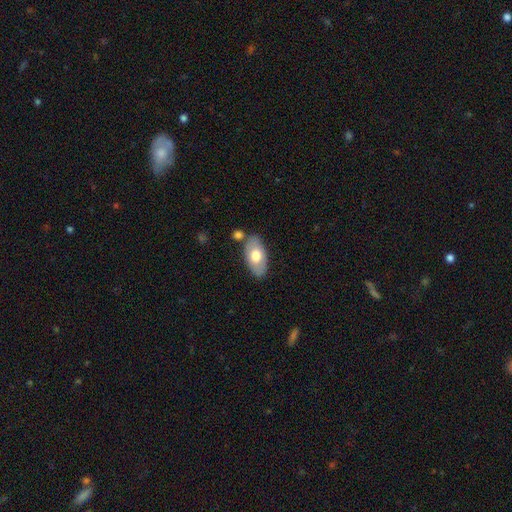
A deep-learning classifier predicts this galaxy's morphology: Smooth or featured?
  - smooth: 66% *
  - featured or disk: 28%
  - star or artifact: 5%
How rounded?
  - in between: 93% *
  - round: 4%
  - cigar-shaped: 3%
Merging?
  - none: 74% *
  - minor disturbance: 14%
  - merger: 8%
  - major disturbance: 3%